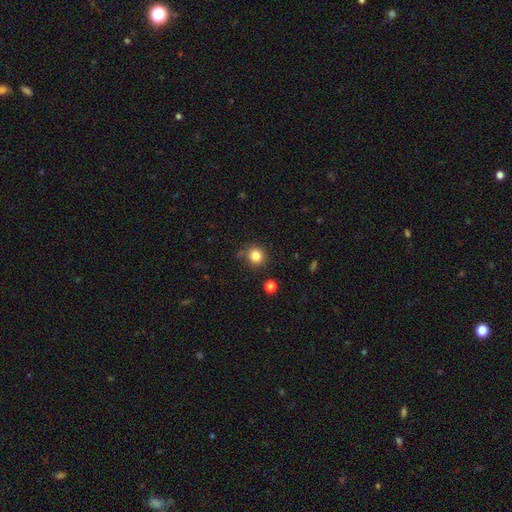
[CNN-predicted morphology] type=smooth (83%); roundness=round (90%); merging=none (82%).